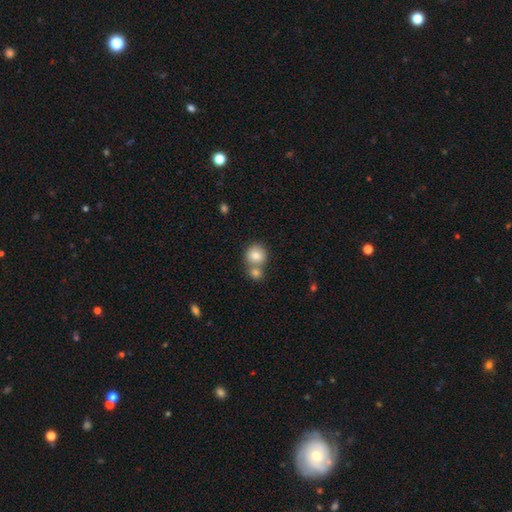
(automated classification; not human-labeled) Morphology: type=smooth (80%); roundness=round (85%); merging=none (47%).